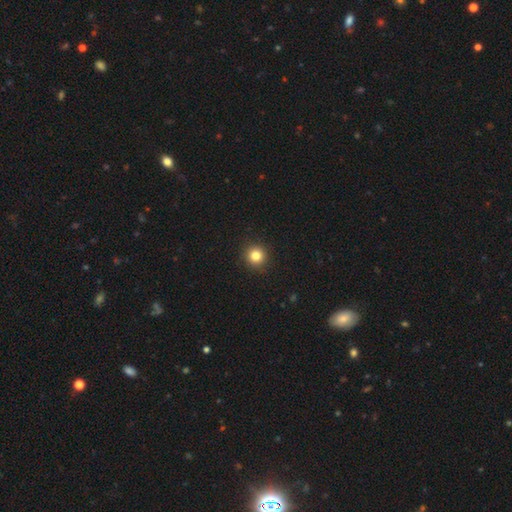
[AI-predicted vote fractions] Overall: smooth (83%). How rounded: round (95%). Merging: none (92%).